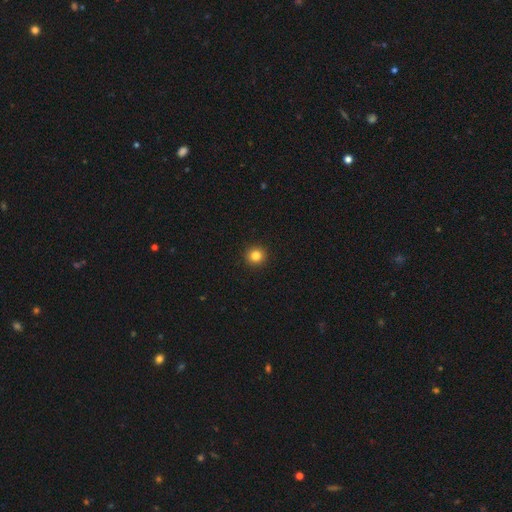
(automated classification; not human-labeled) This is clearly a smooth galaxy (83%). How rounded: clearly round (95%). Merging: clearly none (94%).